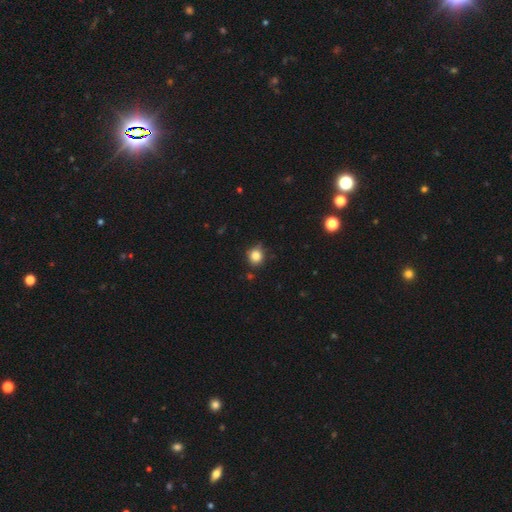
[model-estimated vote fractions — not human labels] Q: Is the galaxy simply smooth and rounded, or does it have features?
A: smooth — 84%.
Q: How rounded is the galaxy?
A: round — 84%.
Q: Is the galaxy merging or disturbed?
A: none — 80%.